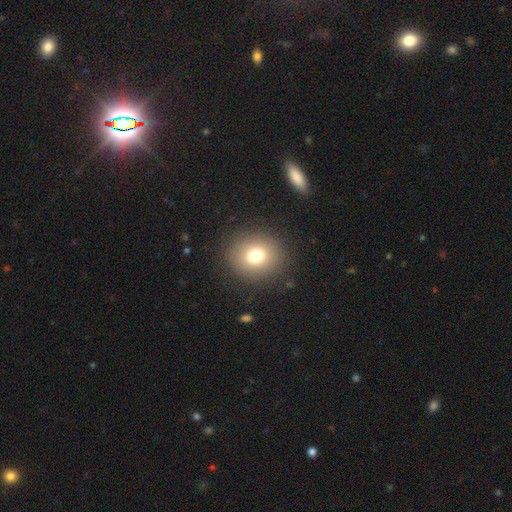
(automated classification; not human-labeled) A smooth galaxy with no disk features (75%) that is round (86%). Merging: none (89%).